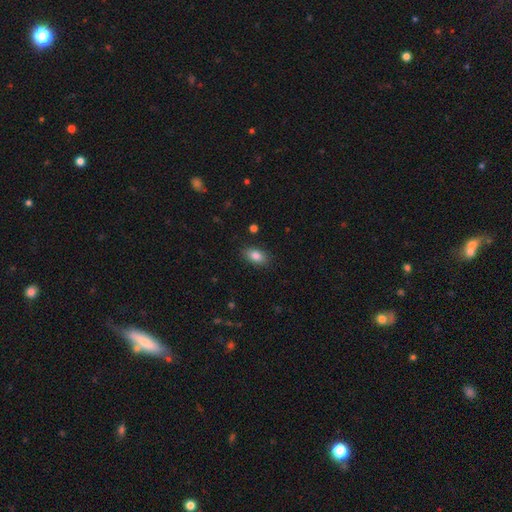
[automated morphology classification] smooth_or_featured: smooth (p=0.84) [alt: star or artifact p=0.08]
how_rounded: in between (p=0.90) [alt: round p=0.07]
merging: none (p=0.87) [alt: minor disturbance p=0.10]